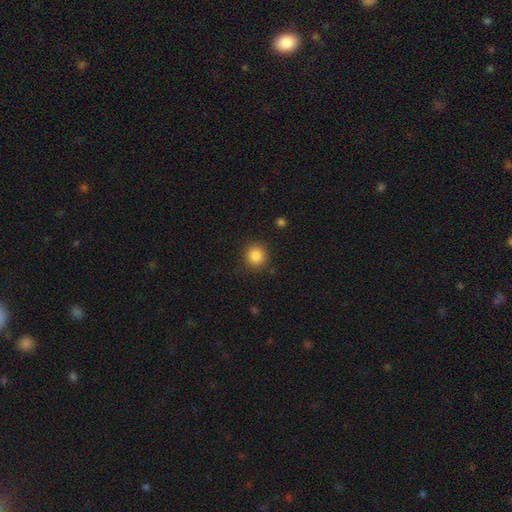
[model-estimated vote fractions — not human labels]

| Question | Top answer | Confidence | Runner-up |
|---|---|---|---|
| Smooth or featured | smooth | 85% | star or artifact (10%) |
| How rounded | round | 92% | in between (7%) |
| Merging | none | 88% | minor disturbance (8%) |